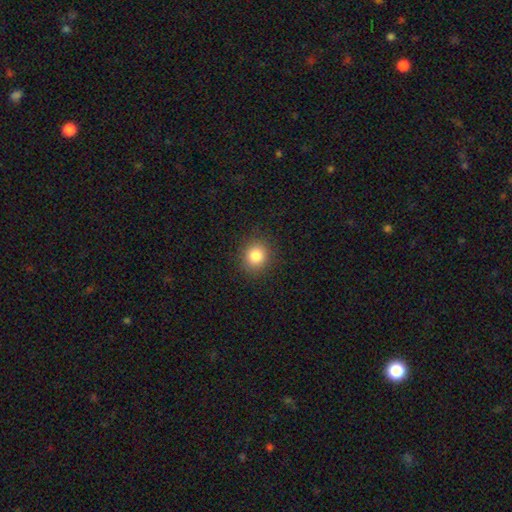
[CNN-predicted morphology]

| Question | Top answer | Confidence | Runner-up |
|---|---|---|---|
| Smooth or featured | smooth | 84% | star or artifact (11%) |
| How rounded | round | 82% | in between (17%) |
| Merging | none | 90% | minor disturbance (7%) |